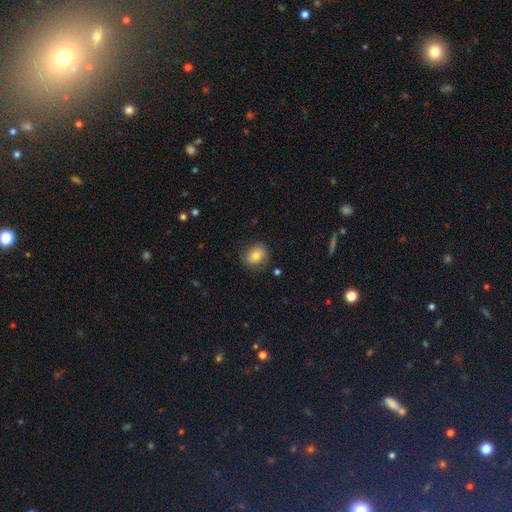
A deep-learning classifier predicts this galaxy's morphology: Smooth or featured? Predicted: smooth (p=0.74). How rounded? Predicted: round (p=0.52). Merging? Predicted: none (p=0.75).